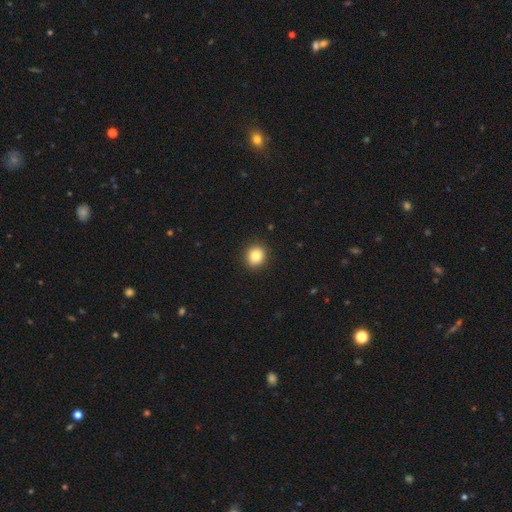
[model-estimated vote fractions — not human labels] Smooth or featured?
  - smooth: 83% *
  - star or artifact: 10%
  - featured or disk: 7%
How rounded?
  - round: 82% *
  - in between: 17%
  - cigar-shaped: 1%
Merging?
  - none: 92% *
  - minor disturbance: 6%
  - major disturbance: 2%
  - merger: 1%